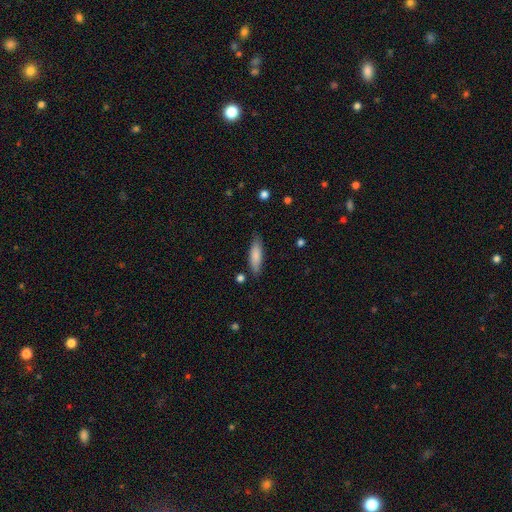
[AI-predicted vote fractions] Overall: smooth (82%). How rounded: cigar-shaped (56%; in between 43%). Merging: none (81%).